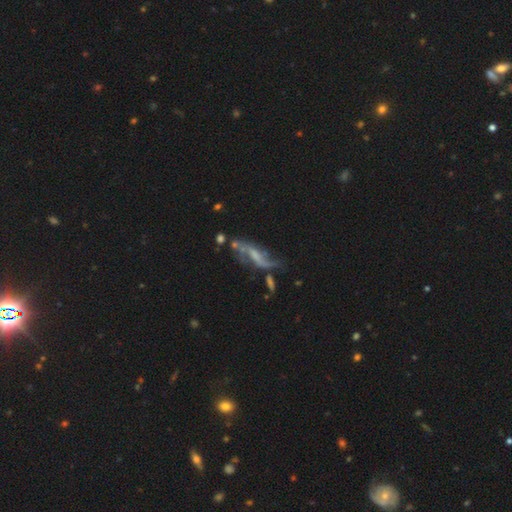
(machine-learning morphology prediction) featured or disk 76%, smooth 15%, star or artifact 9%. Down the decision tree: edge-on disk — no (87%); bar — weak (43%); spiral arms — yes (83%); spiral arm count — 2 (81%); spiral winding — loose (80%); bulge size — small (37%); merging — none (40%).